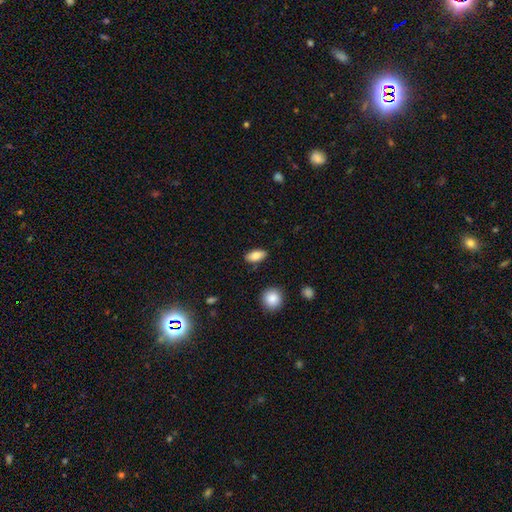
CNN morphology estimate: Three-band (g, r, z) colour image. It shows a smooth galaxy with no disk features (83%) that is in between round and cigar-shaped (88%). Merging: none (86%).